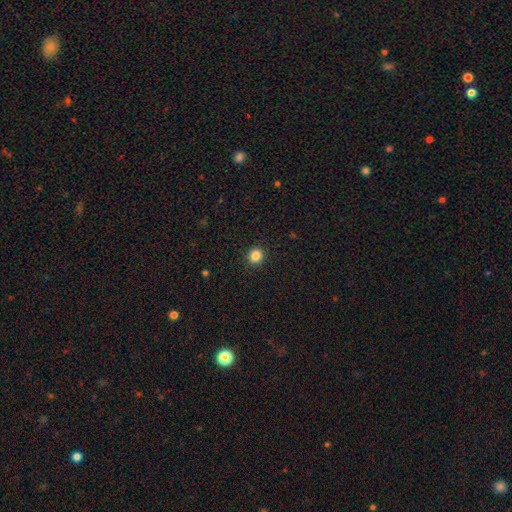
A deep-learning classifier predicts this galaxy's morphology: smooth 85%, star or artifact 11%, featured or disk 4%. Down the decision tree: how rounded — round (89%); merging — none (92%).